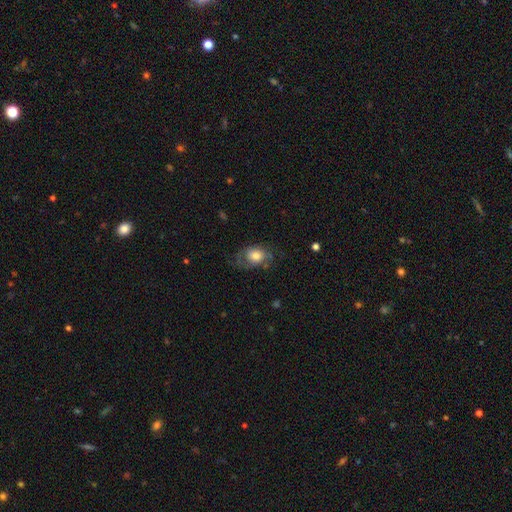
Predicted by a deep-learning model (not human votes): Overall: smooth (60%; featured or disk 32%). How rounded: in between (70%). Merging: none (50%; minor disturbance 27%).